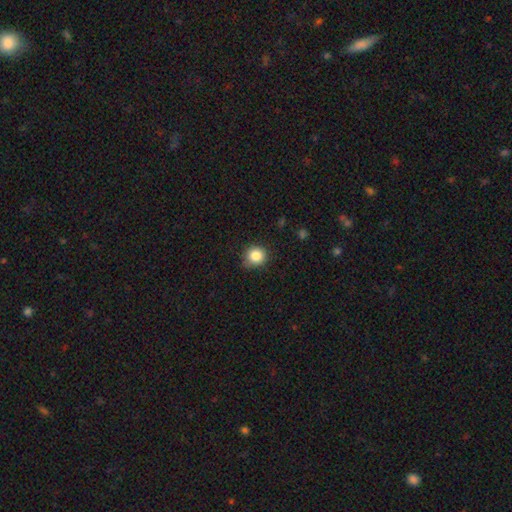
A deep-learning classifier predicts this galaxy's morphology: Smooth or featured? smooth (85%)
How rounded? round (87%)
Merging? none (80%)